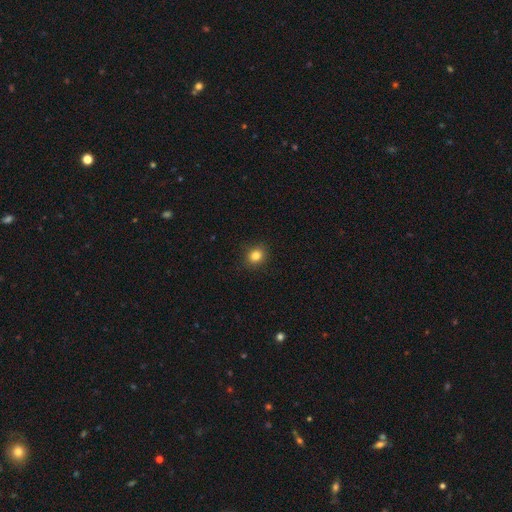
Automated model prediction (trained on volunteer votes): Morphology: type=smooth (83%); roundness=round (75%); merging=none (90%).